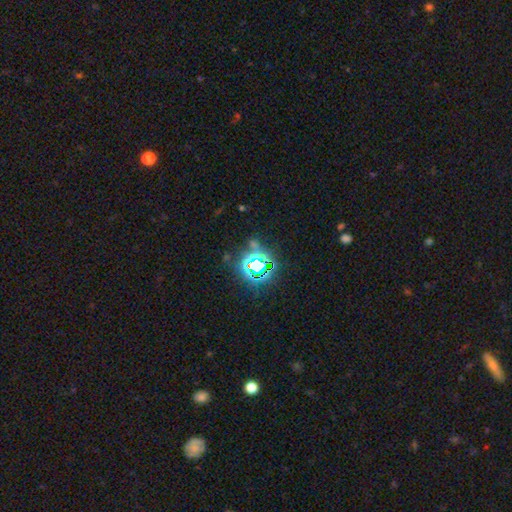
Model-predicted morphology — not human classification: A star or artifact, not a galaxy (77%).

Vote fractions:
- Smooth or featured? star or artifact: 77% / smooth: 15% / featured or disk: 8%